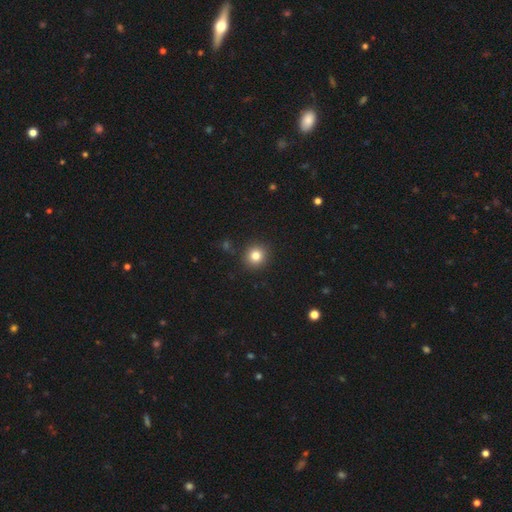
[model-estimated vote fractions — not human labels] Morphology: type=smooth (81%); roundness=round (89%); merging=none (91%).